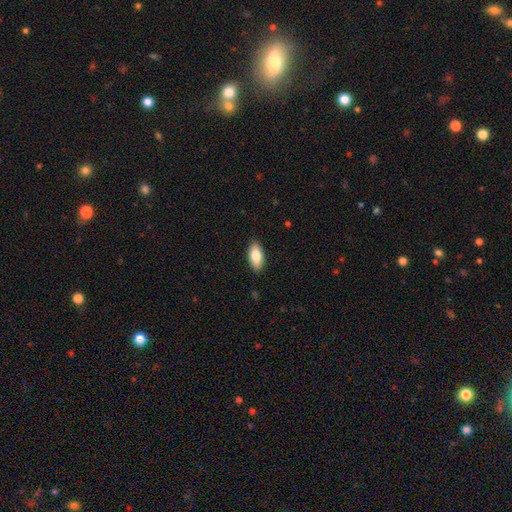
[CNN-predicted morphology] Smooth or featured: smooth — 80% (featured or disk — 13%)
How rounded: in between — 89% (cigar-shaped — 9%)
Merging: none — 89% (minor disturbance — 8%)